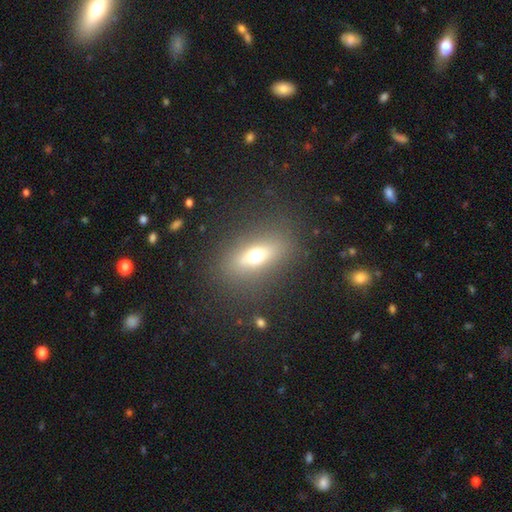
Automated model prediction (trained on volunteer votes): Morphology: type=smooth (59%); roundness=in between (66%); merging=none (83%).